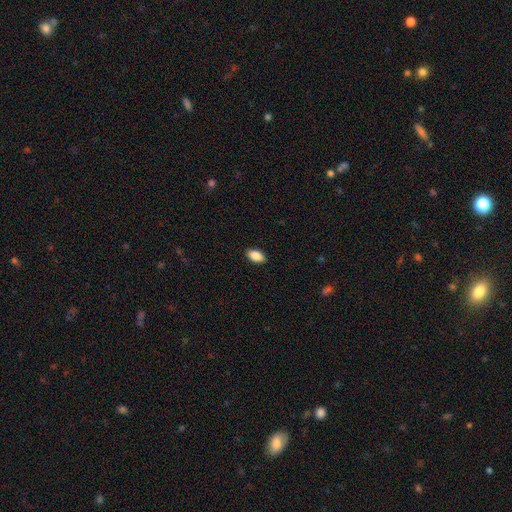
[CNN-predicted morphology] The model was most divided on "smooth or featured": smooth: 88%, star or artifact: 7%, featured or disk: 5%. More confident: how rounded — in between (93%); merging — none (90%).